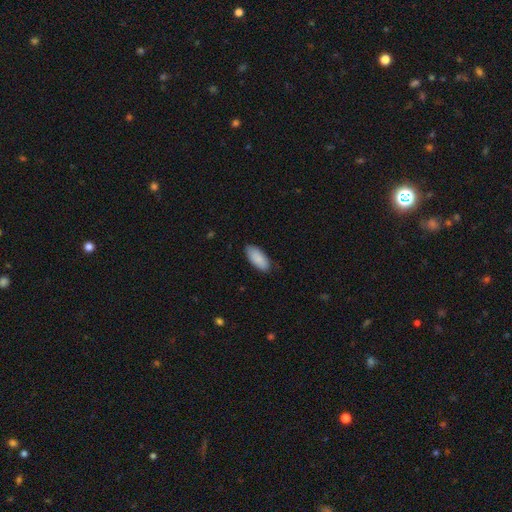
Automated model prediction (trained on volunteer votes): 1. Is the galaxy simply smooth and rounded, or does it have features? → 89% smooth, 6% star or artifact, 5% featured or disk.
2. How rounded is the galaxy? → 90% in between, 8% cigar-shaped, 2% round.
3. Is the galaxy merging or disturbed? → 86% none, 12% minor disturbance, 2% major disturbance, 1% merger.